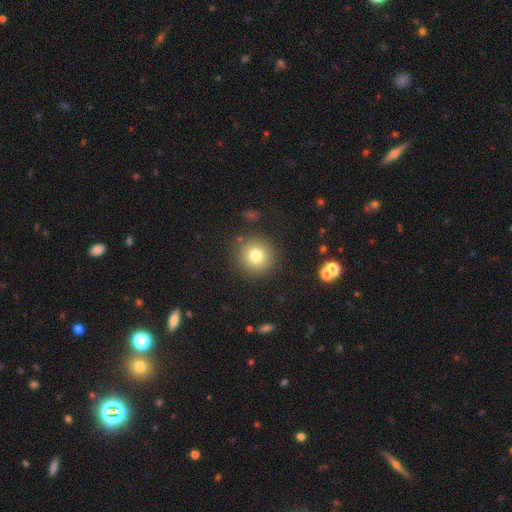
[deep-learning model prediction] Smooth or featured: smooth — 78% (star or artifact — 13%)
How rounded: round — 94% (in between — 5%)
Merging: none — 88% (minor disturbance — 7%)